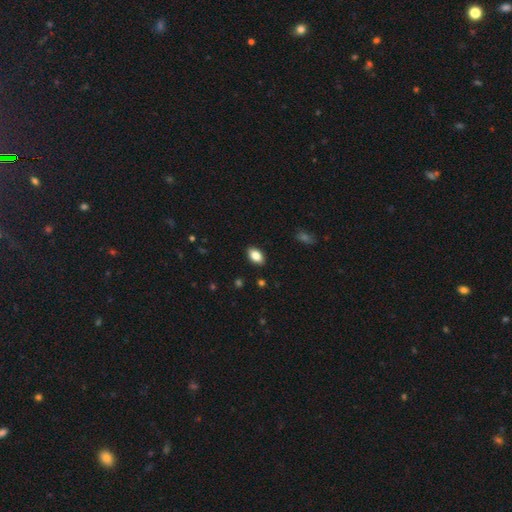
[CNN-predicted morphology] The model was most divided on "smooth or featured": smooth: 84%, featured or disk: 8%, star or artifact: 8%. More confident: how rounded — in between (90%); merging — none (89%).